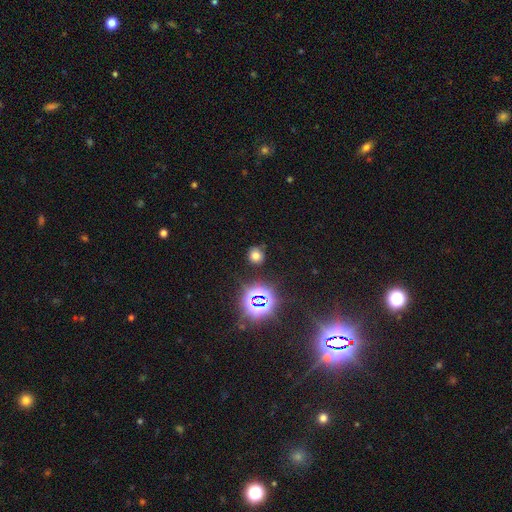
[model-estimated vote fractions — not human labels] This is likely a smooth galaxy (66%). How rounded: clearly round (85%). Merging: clearly none (85%).